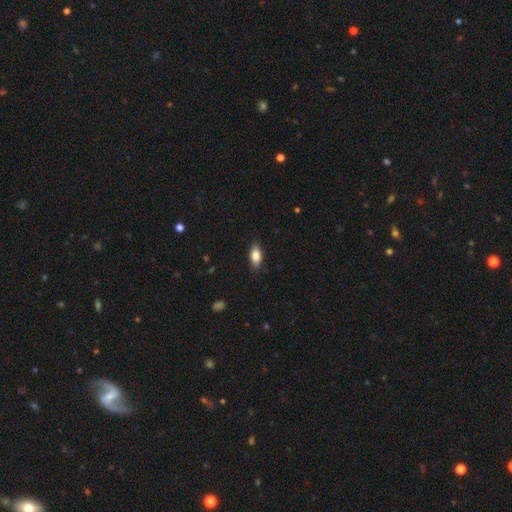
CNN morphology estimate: This appears to be a smooth galaxy with no disk features (81%) that is in between round and cigar-shaped (84%). Merging: none (82%).